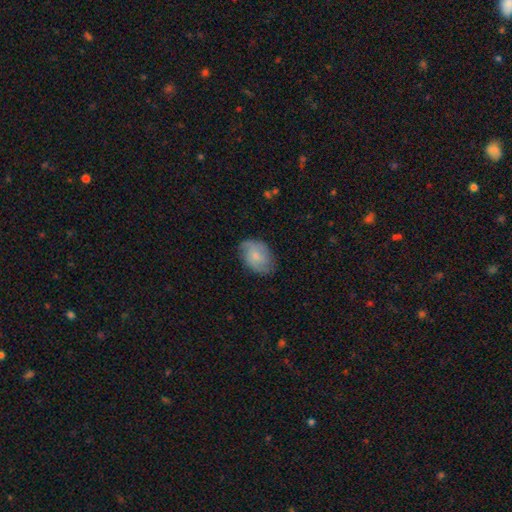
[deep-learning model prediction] This appears to be a smooth galaxy with no disk features (58%) that is in between round and cigar-shaped (81%). Merging: none (70%).